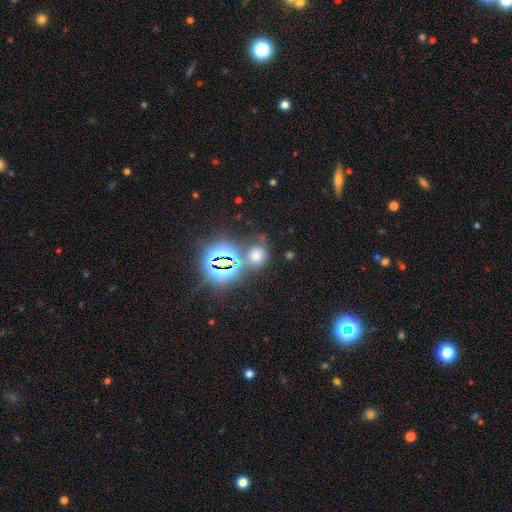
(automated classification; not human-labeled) A smooth galaxy with no disk features (53%) that is round (69%). Merging: none (63%).